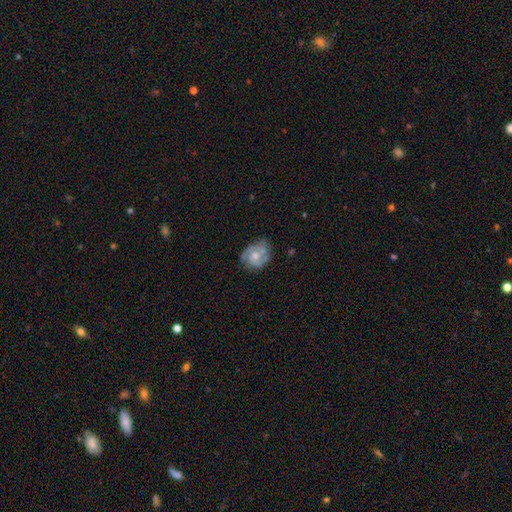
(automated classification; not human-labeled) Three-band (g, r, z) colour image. It shows a featured or disk galaxy (67%) with no bar (76%), 2 (51%) tight (48%) spiral arms (83%) and a moderate central bulge (56%). Merging: none (61%).